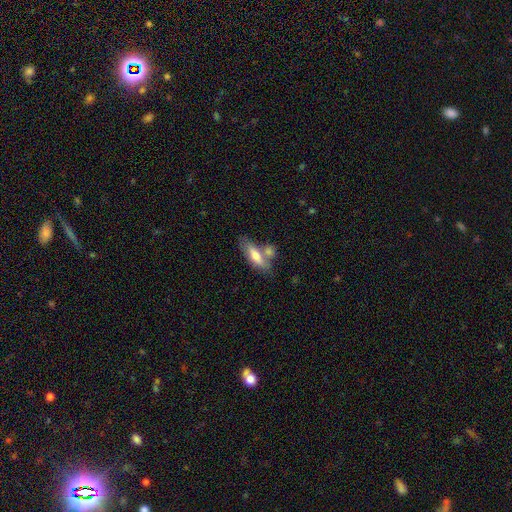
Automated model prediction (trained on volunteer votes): This appears to be a smooth galaxy with no disk features (66%) that is in between round and cigar-shaped (56%). Merging: none (49%).